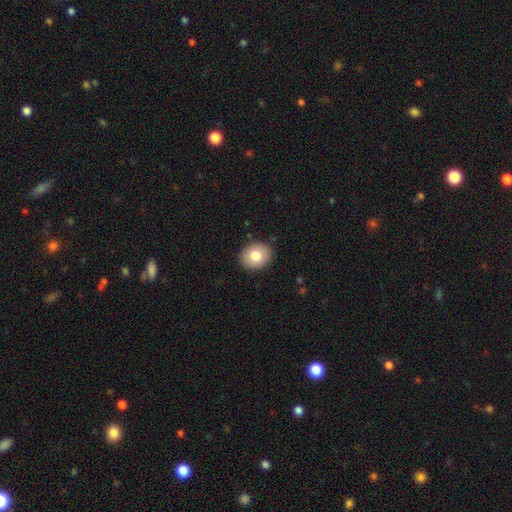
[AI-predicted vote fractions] smooth-or-featured: smooth: 80% | featured or disk: 12% | star or artifact: 8%
  how-rounded: round: 57% | in between: 42% | cigar-shaped: 1%
  merging: none: 89% | minor disturbance: 8% | major disturbance: 2% | merger: 1%